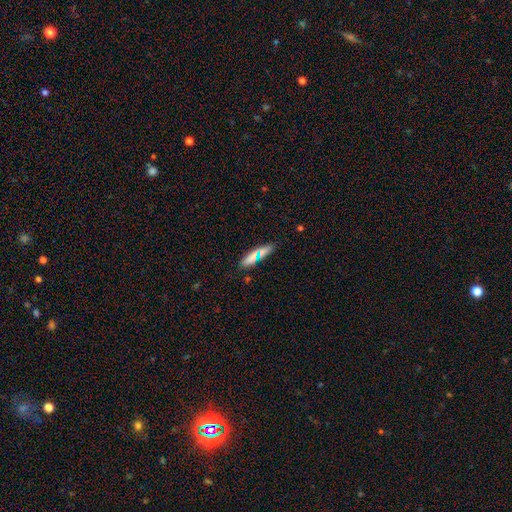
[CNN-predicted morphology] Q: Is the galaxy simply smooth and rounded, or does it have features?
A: smooth — 75%.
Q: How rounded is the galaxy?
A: cigar-shaped — 60%.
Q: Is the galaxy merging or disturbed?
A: none — 82%.